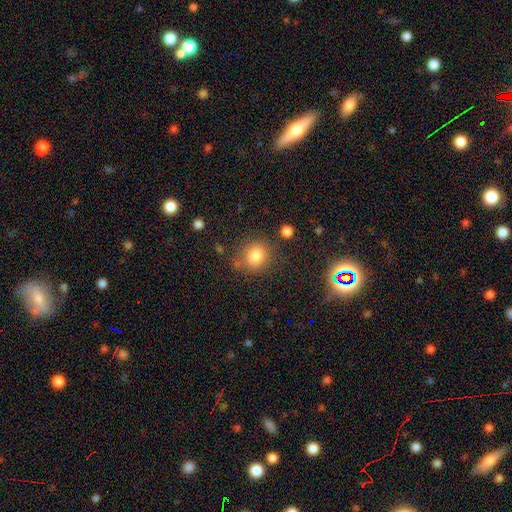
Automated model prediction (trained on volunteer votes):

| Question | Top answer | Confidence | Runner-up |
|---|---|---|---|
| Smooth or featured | smooth | 82% | star or artifact (11%) |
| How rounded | round | 79% | in between (20%) |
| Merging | none | 77% | minor disturbance (13%) |